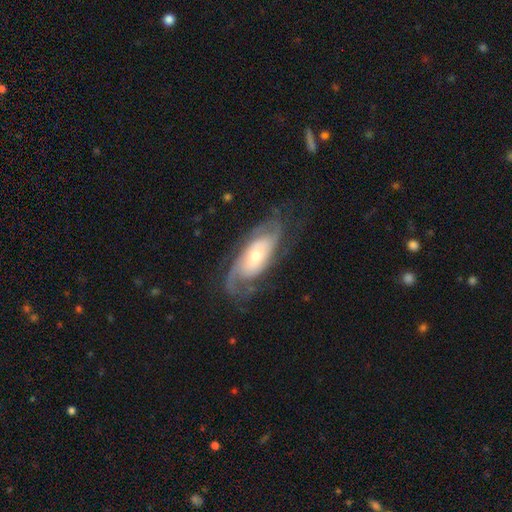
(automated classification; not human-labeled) Q: Smooth or featured?
A: featured or disk (78%); runner-up: smooth (16%)
Q: Edge-on disk?
A: no (91%); runner-up: yes (9%)
Q: Bar?
A: no (62%); runner-up: weak (28%)
Q: Spiral arms?
A: yes (93%); runner-up: no (7%)
Q: Spiral winding?
A: medium (41%); runner-up: tight (36%)
Q: Spiral arm count?
A: 2 (59%); runner-up: can't tell (20%)
Q: Bulge size?
A: moderate (47%); runner-up: small (41%)
Q: Merging?
A: none (66%); runner-up: minor disturbance (19%)